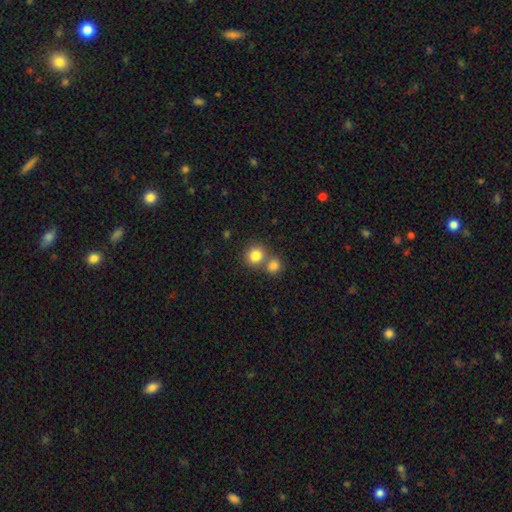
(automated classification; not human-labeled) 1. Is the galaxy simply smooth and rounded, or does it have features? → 83% smooth, 10% star or artifact, 7% featured or disk.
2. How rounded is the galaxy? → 87% round, 13% in between, 1% cigar-shaped.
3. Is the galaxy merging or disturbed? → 57% none, 34% merger, 7% minor disturbance, 3% major disturbance.